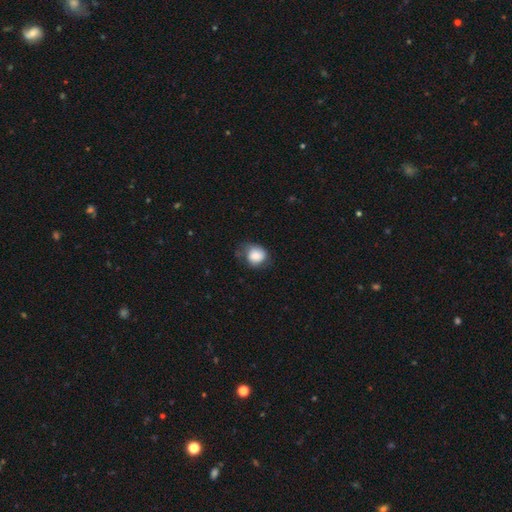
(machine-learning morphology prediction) Overall: smooth (78%). How rounded: round (65%; in between 34%). Merging: none (48%; minor disturbance 35%).